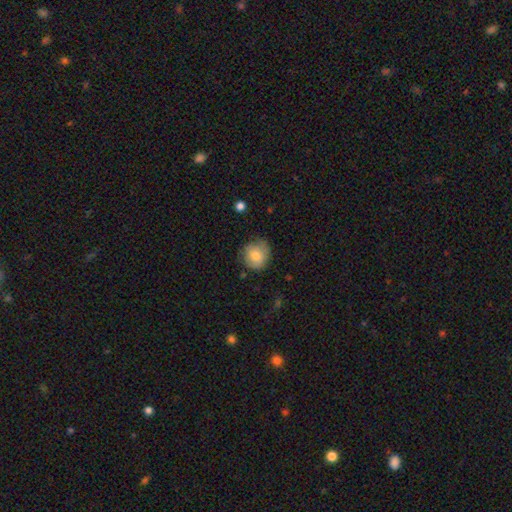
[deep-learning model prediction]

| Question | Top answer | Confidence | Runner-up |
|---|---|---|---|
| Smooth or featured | smooth | 77% | featured or disk (15%) |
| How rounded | round | 85% | in between (14%) |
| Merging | none | 65% | minor disturbance (27%) |